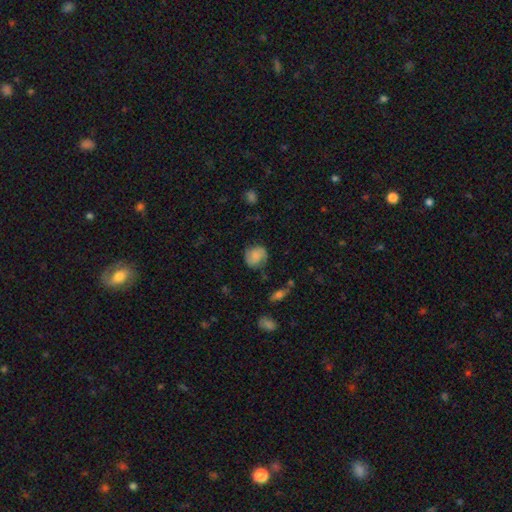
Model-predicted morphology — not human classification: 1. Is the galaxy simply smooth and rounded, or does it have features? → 62% smooth, 29% featured or disk, 9% star or artifact.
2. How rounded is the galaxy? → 68% round, 31% in between, 1% cigar-shaped.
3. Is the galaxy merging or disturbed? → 70% none, 21% minor disturbance, 7% major disturbance, 2% merger.